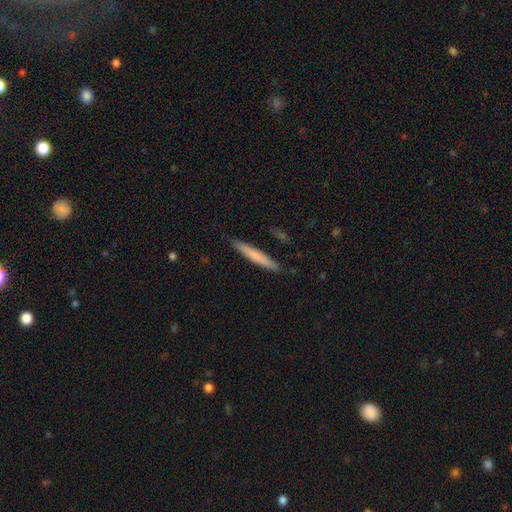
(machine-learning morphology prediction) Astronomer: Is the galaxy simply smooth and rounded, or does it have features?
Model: smooth — 67%.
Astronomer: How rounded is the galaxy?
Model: cigar-shaped — 95%.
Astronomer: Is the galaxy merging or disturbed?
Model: none — 89%.